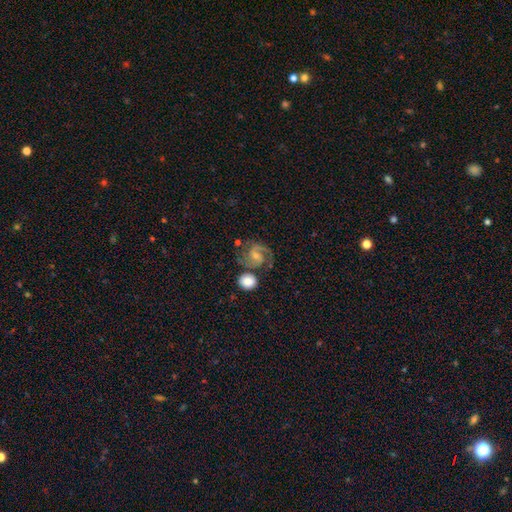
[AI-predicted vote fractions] The model was most divided on "bulge size": small: 49%, moderate: 40%, none: 6%, large: 3%, dominant: 1%. More confident: edge-on disk — no (98%); spiral arms — yes (96%); spiral arm count — 2 (87%); smooth or featured — featured or disk (82%); merging — none (61%); spiral winding — medium (58%); bar — weak (50%).